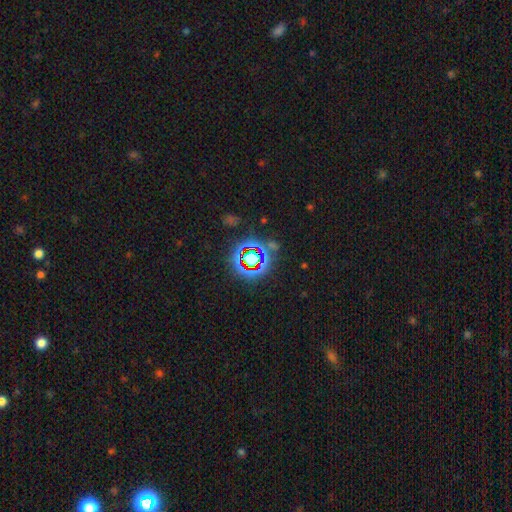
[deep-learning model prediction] Smooth or featured: star or artifact — 74% (smooth — 16%)